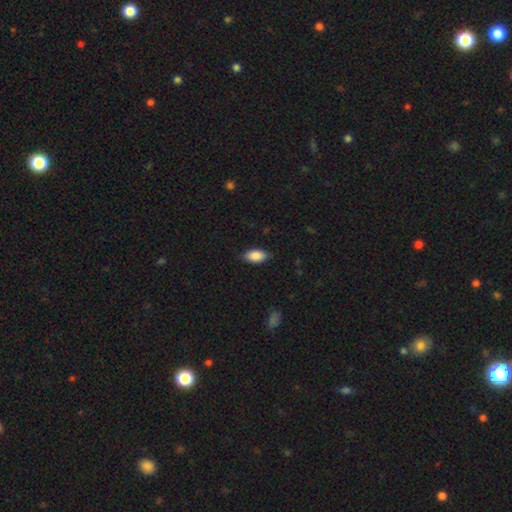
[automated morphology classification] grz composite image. It shows a smooth galaxy with no disk features (88%) that is in between round and cigar-shaped (92%). Merging: none (83%).